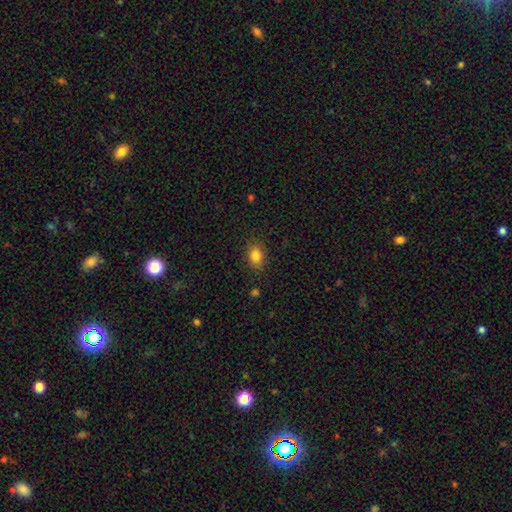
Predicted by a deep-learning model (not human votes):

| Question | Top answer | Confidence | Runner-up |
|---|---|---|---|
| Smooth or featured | smooth | 84% | star or artifact (10%) |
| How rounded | in between | 70% | round (29%) |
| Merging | none | 86% | minor disturbance (10%) |